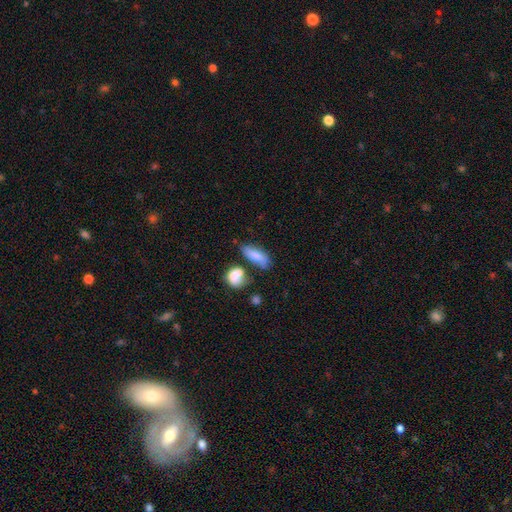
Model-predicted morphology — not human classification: A smooth galaxy with no disk features (76%) that is in between round and cigar-shaped (78%). Merging: none (43%).